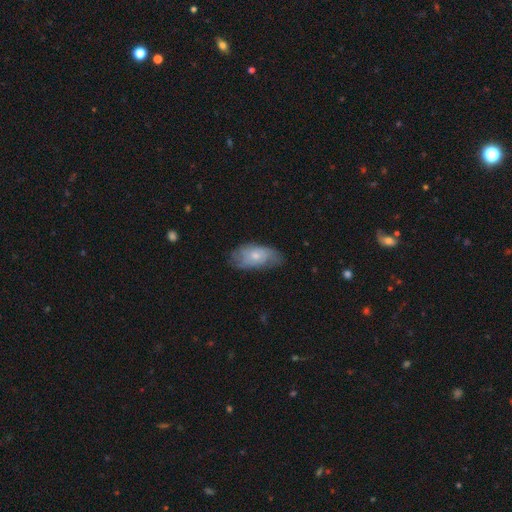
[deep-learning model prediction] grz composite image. It shows a smooth galaxy with no disk features (53%) that is in between round and cigar-shaped (90%). Merging: none (60%).